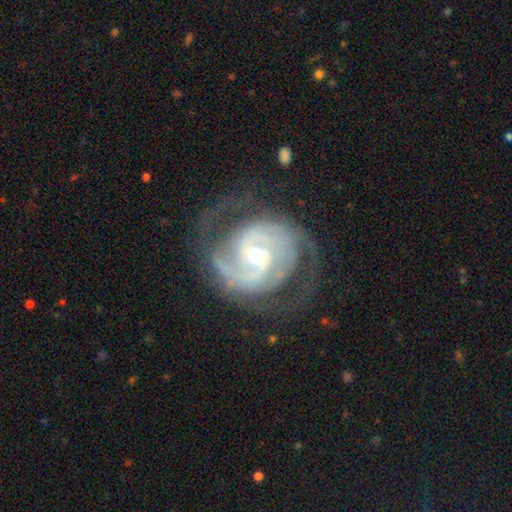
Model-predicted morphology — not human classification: The model was most divided on "bar": no: 48%, weak: 40%, strong: 12%. More confident: spiral arms — yes (98%); edge-on disk — no (98%); smooth or featured — featured or disk (92%); merging — none (70%); spiral arm count — 2 (65%); bulge size — moderate (58%); spiral winding — tight (56%).